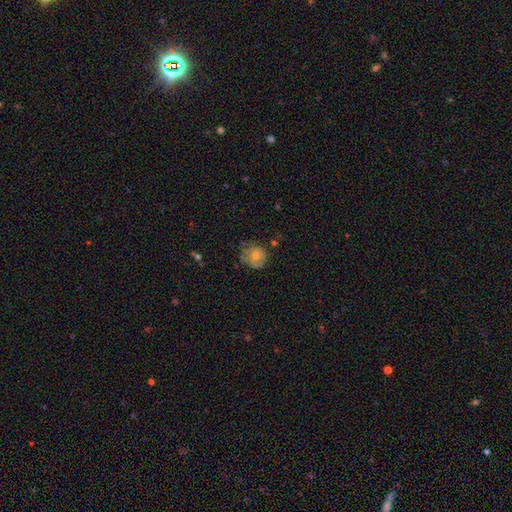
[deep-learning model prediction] smooth 63%, featured or disk 29%, star or artifact 9%. Down the decision tree: how rounded — round (85%); merging — none (57%).